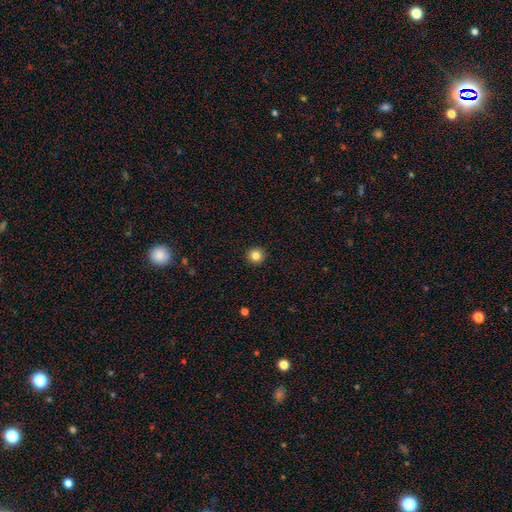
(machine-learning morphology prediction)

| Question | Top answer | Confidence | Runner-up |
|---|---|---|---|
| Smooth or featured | smooth | 84% | star or artifact (11%) |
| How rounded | round | 94% | in between (5%) |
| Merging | none | 93% | minor disturbance (4%) |